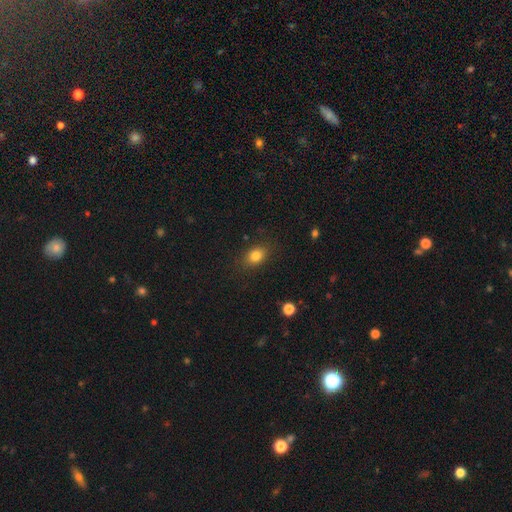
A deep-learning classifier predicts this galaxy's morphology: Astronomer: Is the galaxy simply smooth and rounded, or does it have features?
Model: smooth — 81%.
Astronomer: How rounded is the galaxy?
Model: in between — 70%.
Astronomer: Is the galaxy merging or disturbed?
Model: none — 84%.